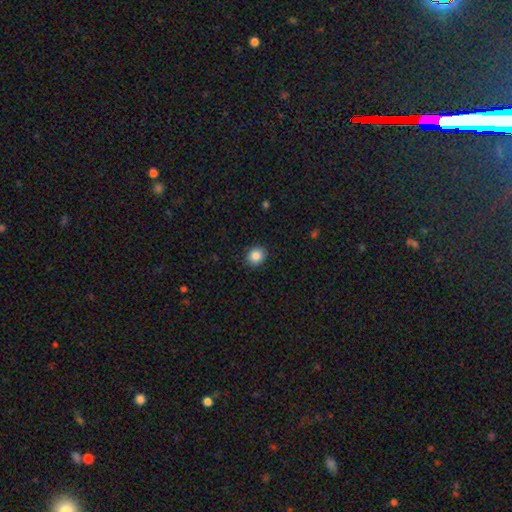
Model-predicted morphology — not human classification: smooth-or-featured: smooth: 86% | star or artifact: 10% | featured or disk: 4%
  how-rounded: round: 80% | in between: 19% | cigar-shaped: 1%
  merging: none: 90% | minor disturbance: 7% | major disturbance: 2% | merger: 1%